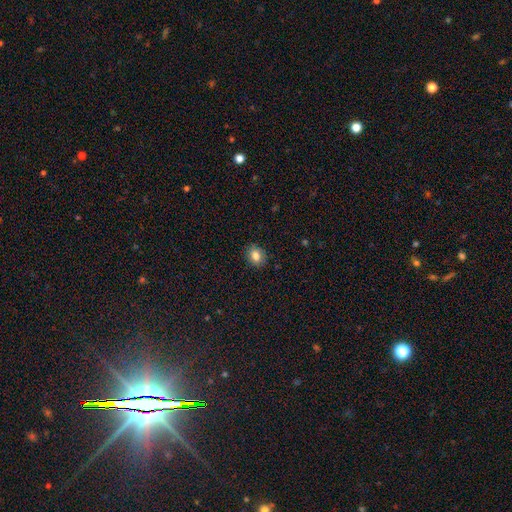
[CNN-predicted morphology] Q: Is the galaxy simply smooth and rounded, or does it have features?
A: smooth — 83%.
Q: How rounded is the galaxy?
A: round — 52%.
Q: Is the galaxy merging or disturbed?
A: none — 87%.